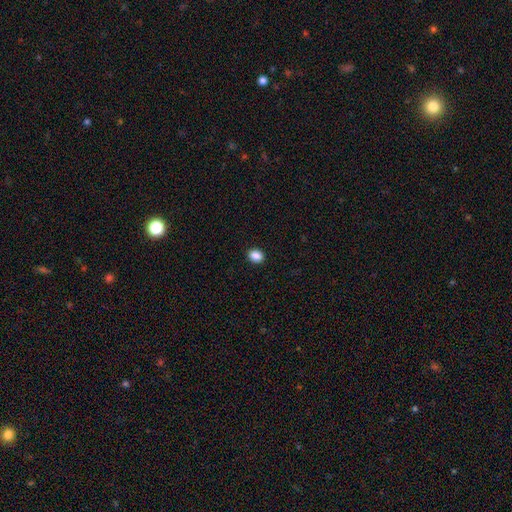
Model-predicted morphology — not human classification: Smooth or featured? Predicted: smooth (p=0.88). How rounded? Predicted: round (p=0.53). Merging? Predicted: none (p=0.92).